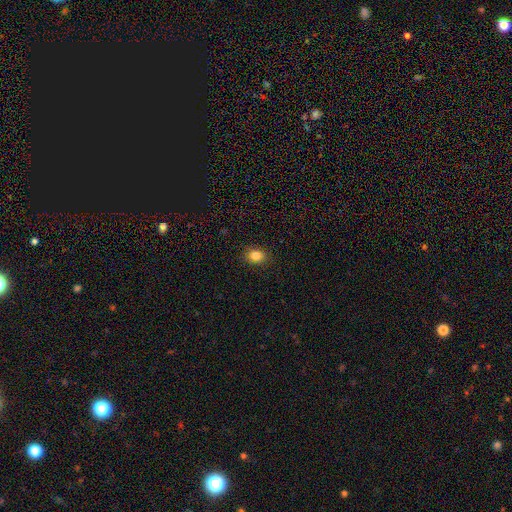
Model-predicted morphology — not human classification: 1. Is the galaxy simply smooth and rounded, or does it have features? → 83% smooth, 11% star or artifact, 6% featured or disk.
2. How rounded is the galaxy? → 57% in between, 42% round, 1% cigar-shaped.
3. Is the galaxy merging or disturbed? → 88% none, 8% minor disturbance, 2% major disturbance, 1% merger.